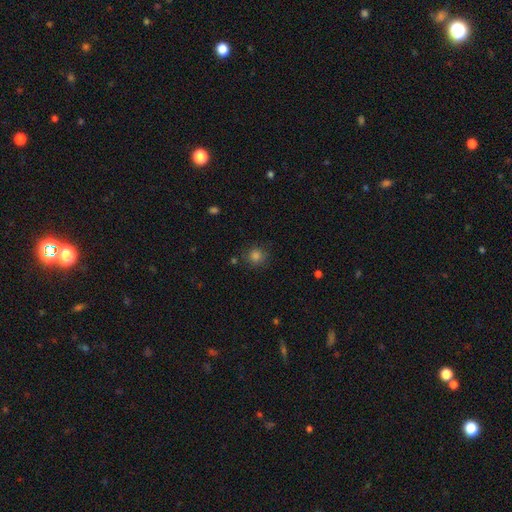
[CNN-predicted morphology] Smooth or featured? Predicted: smooth (p=0.79). How rounded? Predicted: round (p=0.91). Merging? Predicted: none (p=0.84).